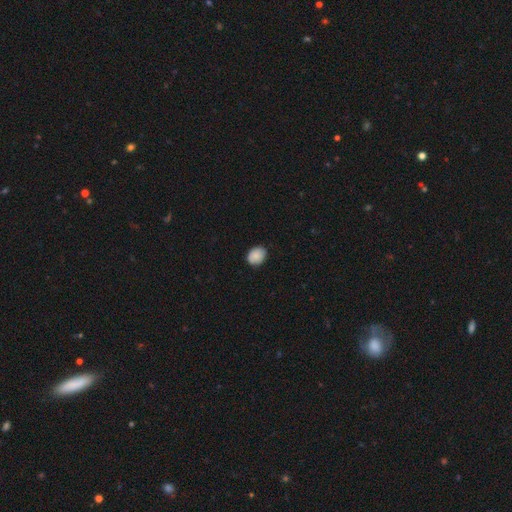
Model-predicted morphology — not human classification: This appears to be a smooth galaxy with no disk features (86%) that is in between round and cigar-shaped (51%). Merging: none (80%).